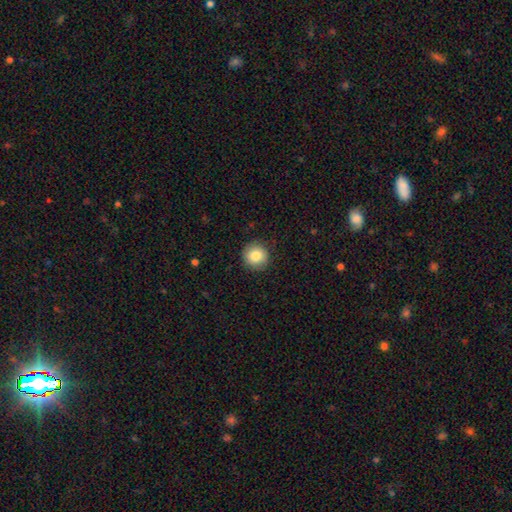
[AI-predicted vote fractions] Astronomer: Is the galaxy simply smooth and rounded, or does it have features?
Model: smooth — 84%.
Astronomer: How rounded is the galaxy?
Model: round — 93%.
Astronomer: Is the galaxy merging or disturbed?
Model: none — 89%.